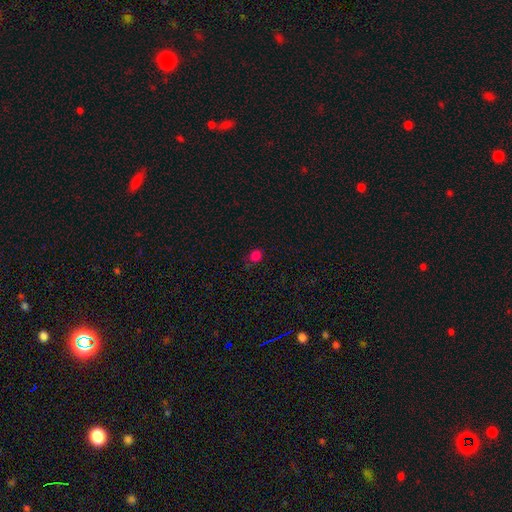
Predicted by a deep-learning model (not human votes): A smooth galaxy with no disk features (76%) that is round (77%). Merging: none (76%).